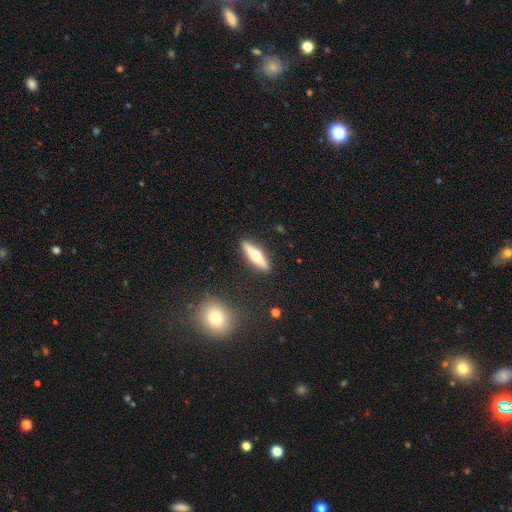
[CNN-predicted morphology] featured or disk 53%, smooth 41%, star or artifact 6%. Down the decision tree: edge-on disk — yes (92%); merging — none (89%).